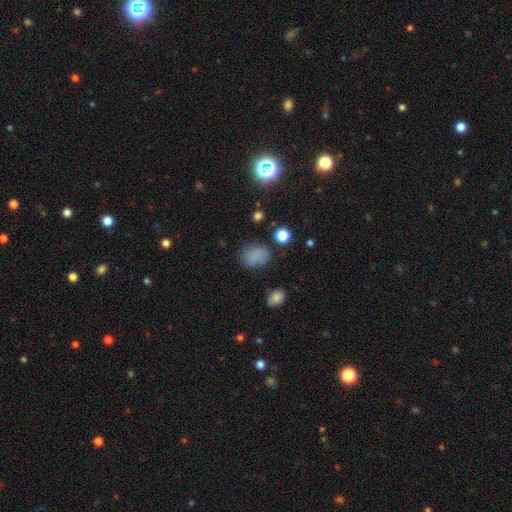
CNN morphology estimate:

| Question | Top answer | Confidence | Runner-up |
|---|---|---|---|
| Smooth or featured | smooth | 79% | star or artifact (14%) |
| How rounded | in between | 58% | round (41%) |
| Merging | none | 72% | minor disturbance (19%) |